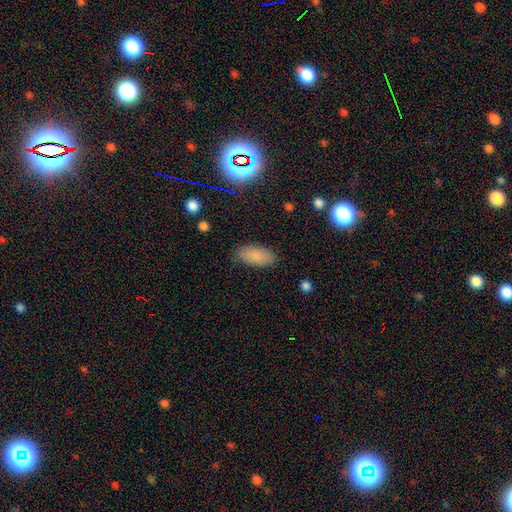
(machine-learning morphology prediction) Q: Smooth or featured?
A: smooth (85%); runner-up: star or artifact (9%)
Q: How rounded?
A: in between (91%); runner-up: cigar-shaped (6%)
Q: Merging?
A: none (85%); runner-up: minor disturbance (11%)